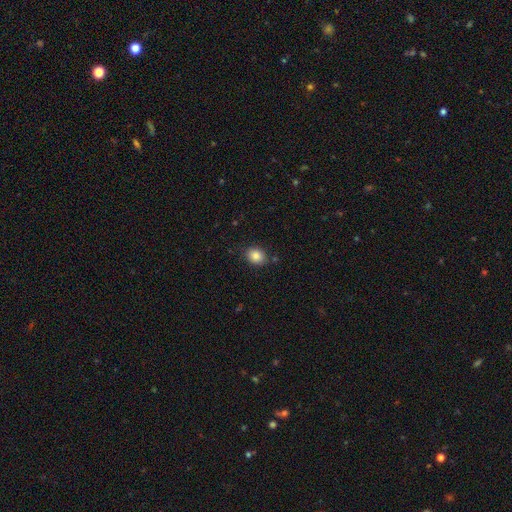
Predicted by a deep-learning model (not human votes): Q: Smooth or featured?
A: smooth (85%); runner-up: star or artifact (9%)
Q: How rounded?
A: round (51%); runner-up: in between (48%)
Q: Merging?
A: none (82%); runner-up: minor disturbance (12%)